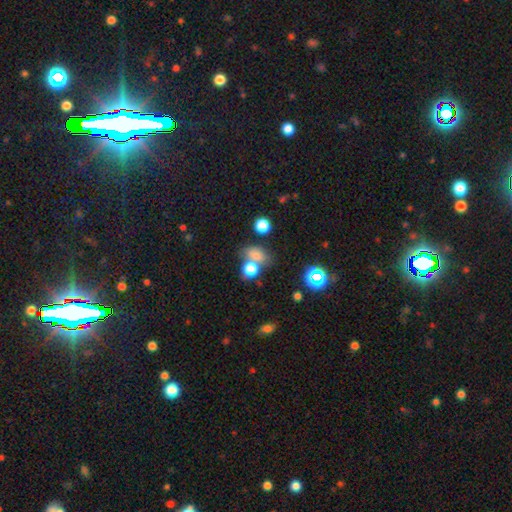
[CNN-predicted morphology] smooth_or_featured: smooth (p=0.69) [alt: star or artifact p=0.19]
how_rounded: in between (p=0.58) [alt: round p=0.40]
merging: none (p=0.46) [alt: merger p=0.35]